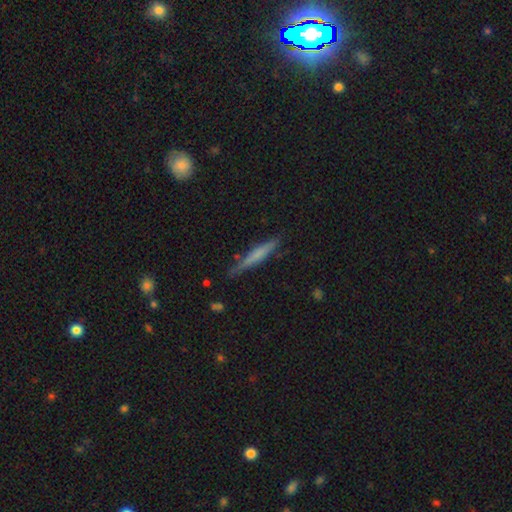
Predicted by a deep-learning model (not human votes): smooth_or_featured: smooth (p=0.58) [alt: featured or disk p=0.35]
how_rounded: cigar-shaped (p=0.93) [alt: in between p=0.05]
merging: none (p=0.80) [alt: minor disturbance p=0.14]